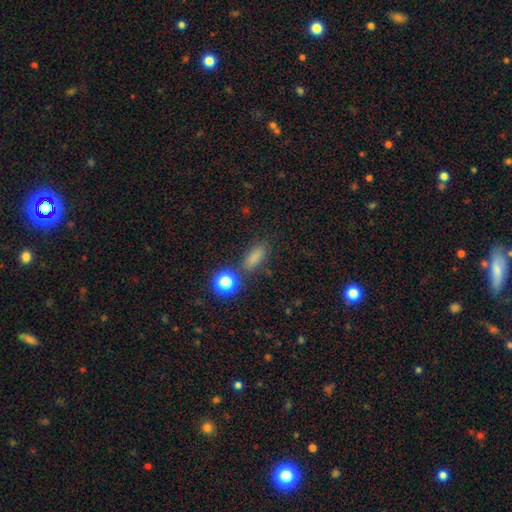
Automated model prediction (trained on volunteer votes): A smooth galaxy with no disk features (76%) that is in between round and cigar-shaped (63%).

Vote fractions:
- Smooth or featured? smooth: 76% / star or artifact: 18% / featured or disk: 6%
- How rounded? in between: 63% / cigar-shaped: 26% / round: 11%
- Merging? none: 76% / minor disturbance: 12% / merger: 7% / major disturbance: 4%